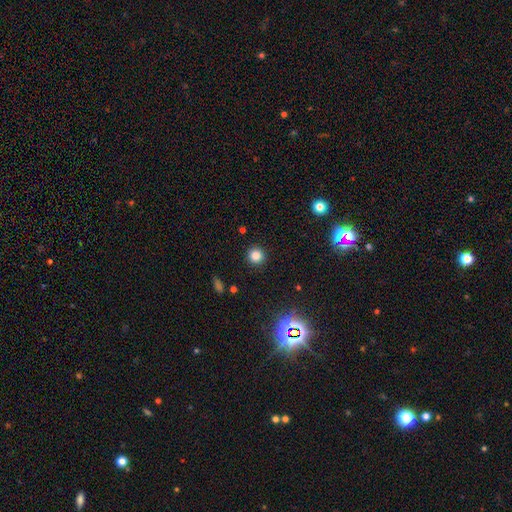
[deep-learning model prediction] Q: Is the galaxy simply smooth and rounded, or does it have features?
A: smooth — 82%.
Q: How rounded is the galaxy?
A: round — 93%.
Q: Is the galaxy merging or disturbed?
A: none — 91%.